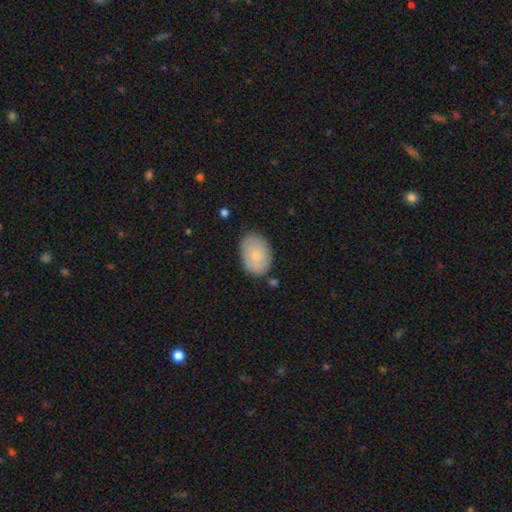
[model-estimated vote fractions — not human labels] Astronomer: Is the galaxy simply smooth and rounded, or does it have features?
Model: smooth — 71%.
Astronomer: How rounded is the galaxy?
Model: in between — 82%.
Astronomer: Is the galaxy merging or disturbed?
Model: none — 79%.